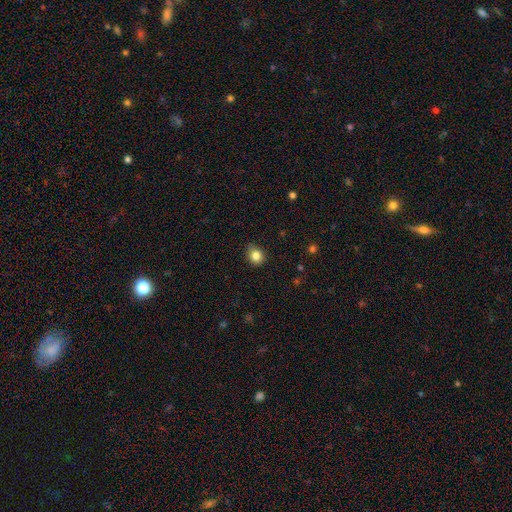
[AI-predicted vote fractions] This is clearly a smooth galaxy (84%). How rounded: likely round (70%). Merging: likely none (77%).